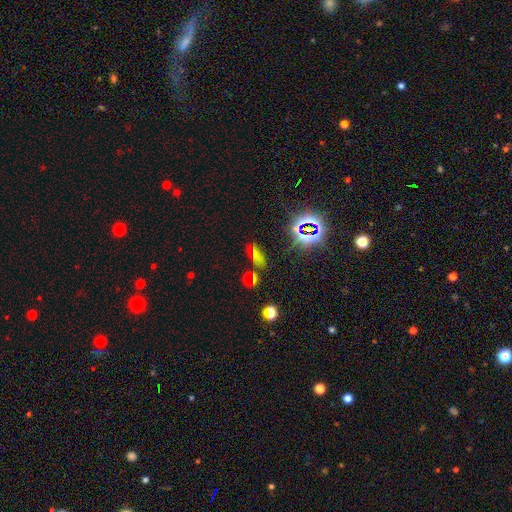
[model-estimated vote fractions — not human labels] A star or artifact, not a galaxy (63%).